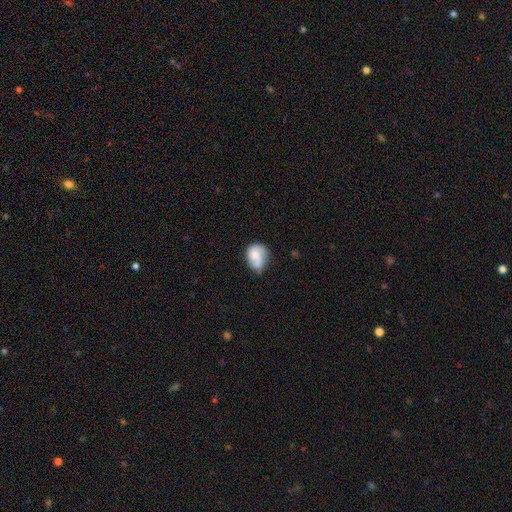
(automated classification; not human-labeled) Smooth or featured: smooth — 62% (featured or disk — 31%)
How rounded: in between — 55% (round — 44%)
Merging: none — 42% (minor disturbance — 37%)